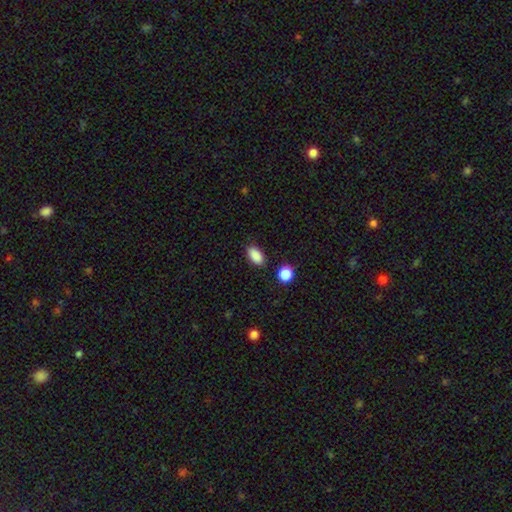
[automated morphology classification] smooth_or_featured: smooth (p=0.88) [alt: star or artifact p=0.08]
how_rounded: in between (p=0.90) [alt: round p=0.07]
merging: none (p=0.85) [alt: minor disturbance p=0.10]